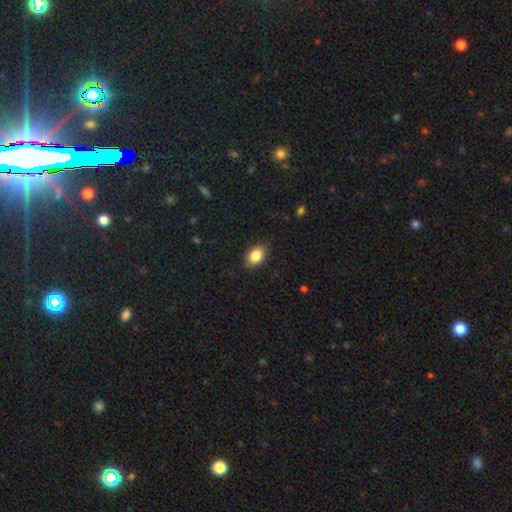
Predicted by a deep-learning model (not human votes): A smooth galaxy with no disk features (85%) that is in between round and cigar-shaped (82%). Merging: none (86%).